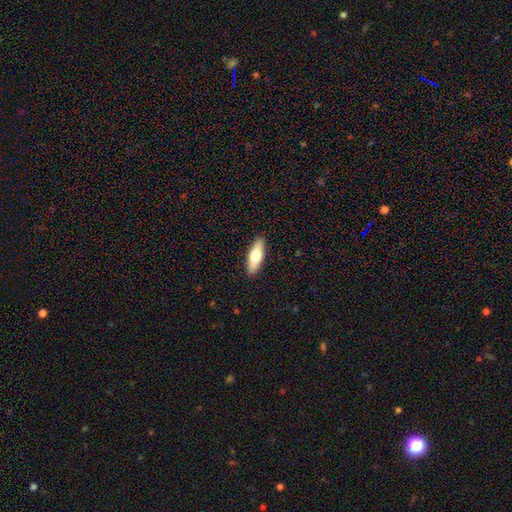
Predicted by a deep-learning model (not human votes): Smooth or featured: smooth — 63% (featured or disk — 31%)
How rounded: cigar-shaped — 49% (tied with in between — 49%)
Merging: none — 89% (minor disturbance — 8%)